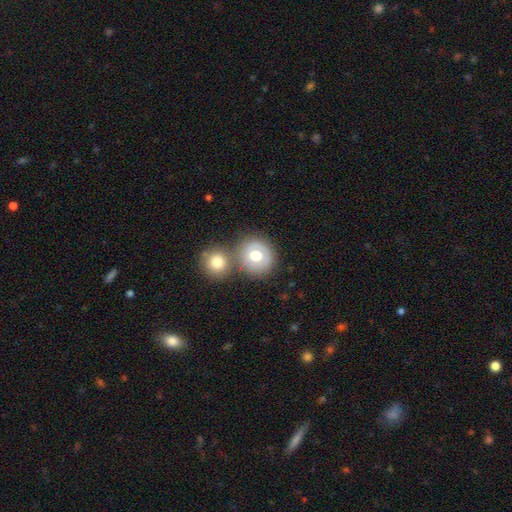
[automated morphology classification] Smooth or featured? Predicted: smooth (p=0.63). How rounded? Predicted: round (p=0.89). Merging? Predicted: none (p=0.56).